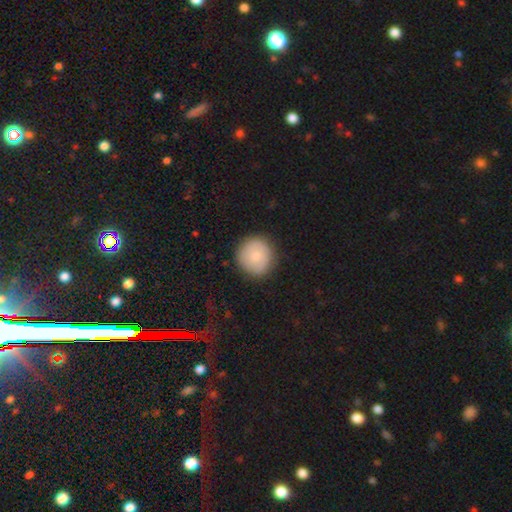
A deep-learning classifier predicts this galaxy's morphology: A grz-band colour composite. It shows a smooth galaxy with no disk features (74%) that is round (92%). Merging: none (86%).